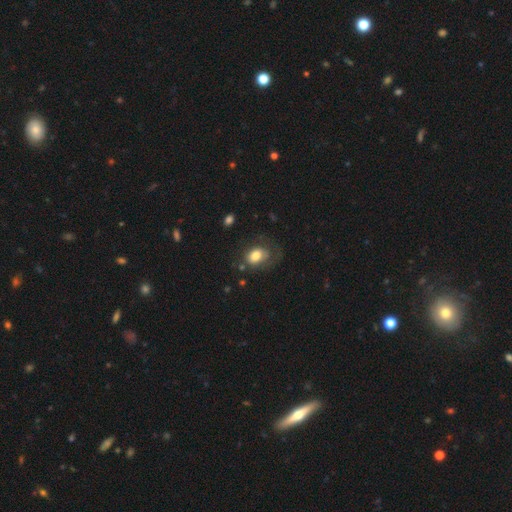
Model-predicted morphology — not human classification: Overall: smooth (73%). How rounded: in between (72%). Merging: none (49%; major disturbance 24%).